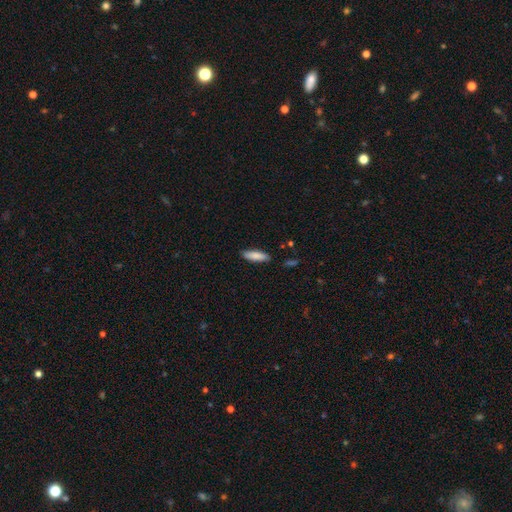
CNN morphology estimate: The model was most divided on "how rounded": cigar-shaped: 57%, in between: 41%, round: 1%. More confident: merging — none (86%); smooth or featured — smooth (84%).